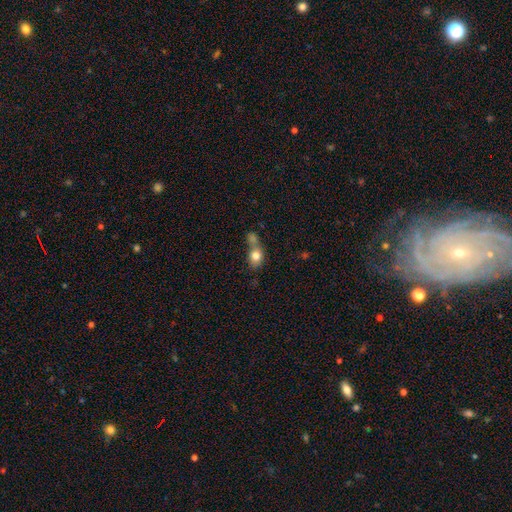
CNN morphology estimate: smooth 79%, featured or disk 13%, star or artifact 9%. Down the decision tree: how rounded — in between (51%); merging — merger (52%).